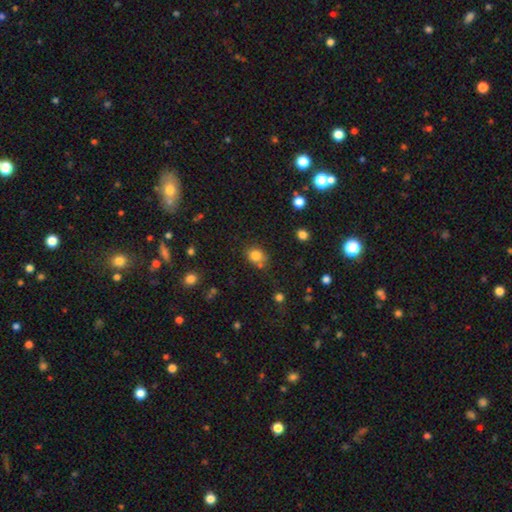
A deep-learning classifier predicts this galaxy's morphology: Smooth or featured?
  - smooth: 81% *
  - star or artifact: 12%
  - featured or disk: 7%
How rounded?
  - round: 61% *
  - in between: 38%
  - cigar-shaped: 1%
Merging?
  - none: 62% *
  - minor disturbance: 17%
  - merger: 16%
  - major disturbance: 5%